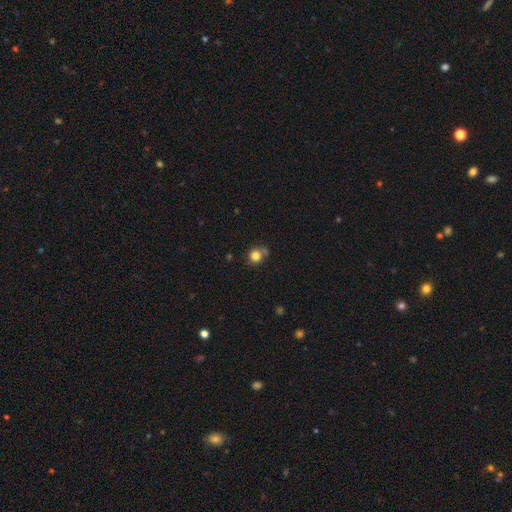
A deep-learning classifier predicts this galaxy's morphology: smooth_or_featured: smooth (p=0.81) [alt: star or artifact p=0.11]
how_rounded: round (p=0.83) [alt: in between p=0.16]
merging: none (p=0.62) [alt: minor disturbance p=0.24]